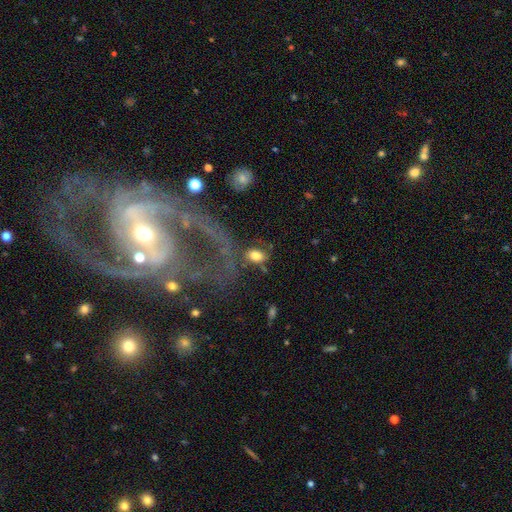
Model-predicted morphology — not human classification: Overall: smooth (77%). How rounded: in between (82%). Merging: none (63%).